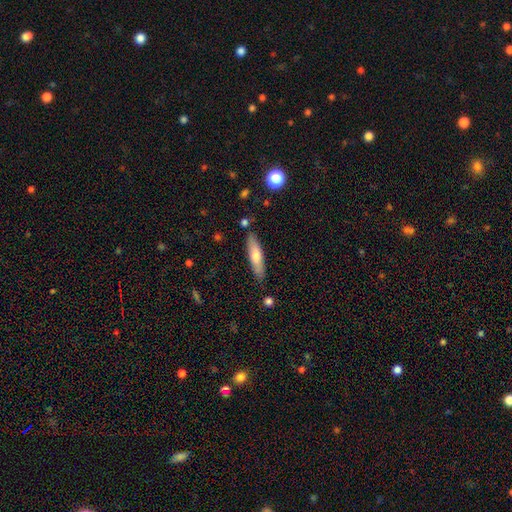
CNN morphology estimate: Smooth or featured: smooth — 65% (featured or disk — 29%)
How rounded: cigar-shaped — 76% (in between — 22%)
Merging: none — 85% (minor disturbance — 11%)